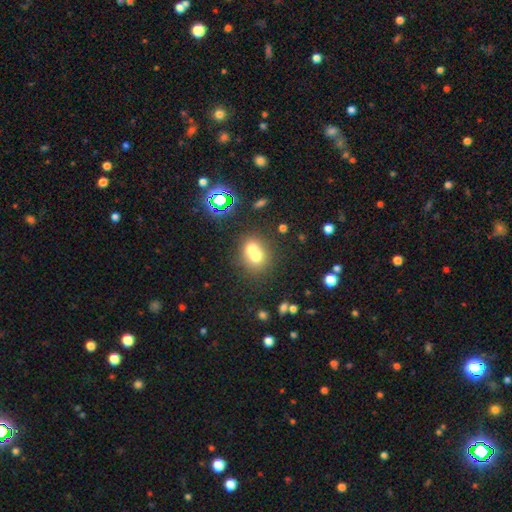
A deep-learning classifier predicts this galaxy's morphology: The model was most divided on "merging": merger: 58%, none: 32%, minor disturbance: 7%, major disturbance: 3%. More confident: how rounded — round (68%); smooth or featured — smooth (60%).